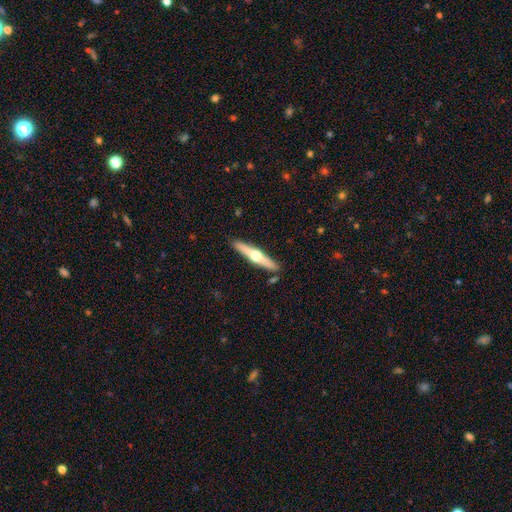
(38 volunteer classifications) Morphology: type=featured or disk (66%); edge-on=yes (100%); edge-on bulge=rounded (96%); merging=none (79%).